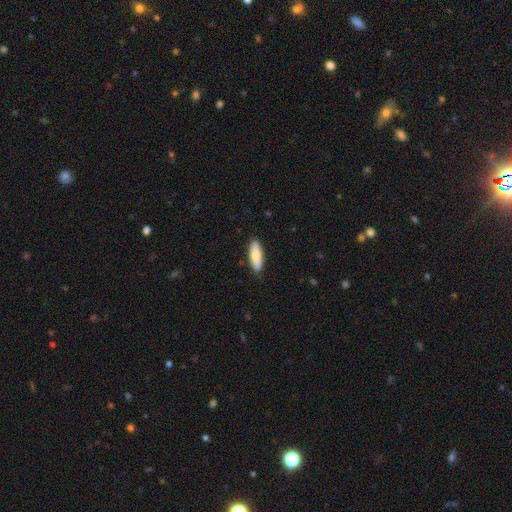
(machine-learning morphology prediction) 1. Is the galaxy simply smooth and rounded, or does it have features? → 80% smooth, 15% featured or disk, 5% star or artifact.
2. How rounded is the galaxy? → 57% in between, 42% cigar-shaped, 2% round.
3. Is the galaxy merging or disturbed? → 88% none, 10% minor disturbance, 2% major disturbance, 1% merger.